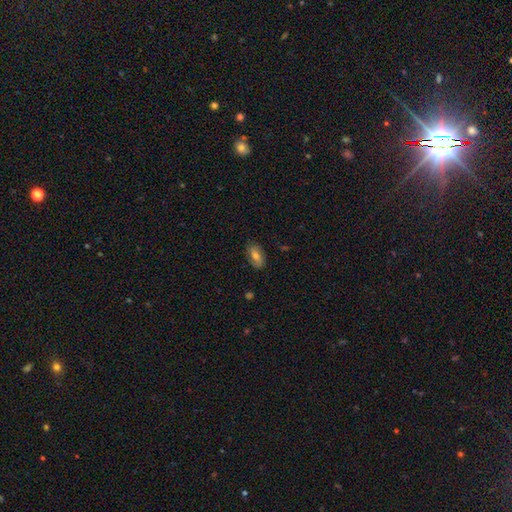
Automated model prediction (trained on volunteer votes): Smooth or featured?
  - smooth: 63% *
  - featured or disk: 28%
  - star or artifact: 9%
How rounded?
  - in between: 89% *
  - round: 7%
  - cigar-shaped: 4%
Merging?
  - none: 83% *
  - minor disturbance: 13%
  - major disturbance: 3%
  - merger: 1%